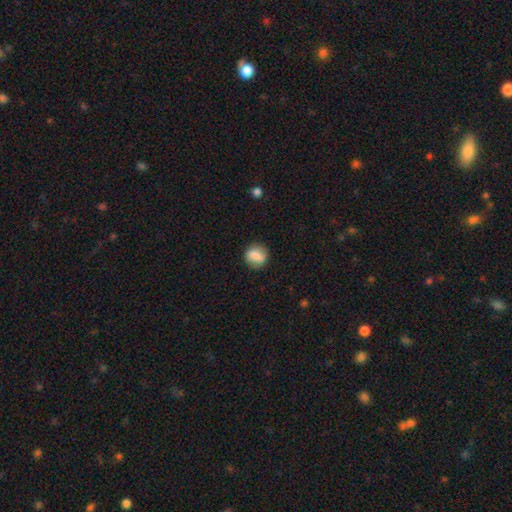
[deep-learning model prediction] Q: Smooth or featured?
A: smooth (75%); runner-up: featured or disk (18%)
Q: How rounded?
A: round (73%); runner-up: in between (25%)
Q: Merging?
A: none (82%); runner-up: minor disturbance (13%)